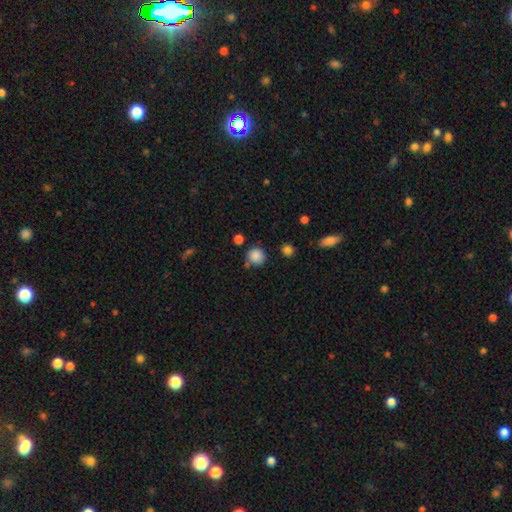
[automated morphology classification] Smooth or featured? Predicted: smooth (p=0.86). How rounded? Predicted: round (p=0.91). Merging? Predicted: none (p=0.78).